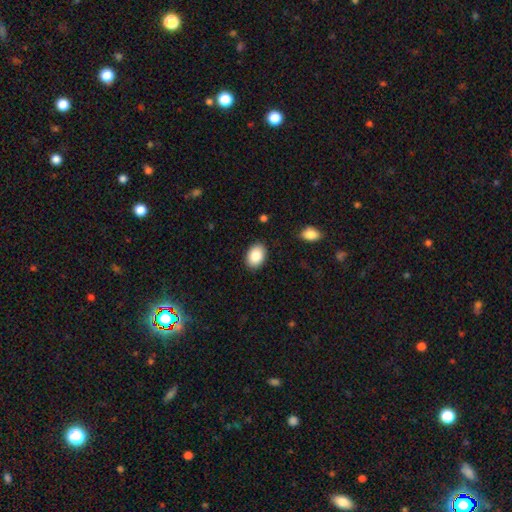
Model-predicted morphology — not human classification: This is clearly a smooth galaxy (88%). How rounded: clearly in between (81%). Merging: clearly none (88%).